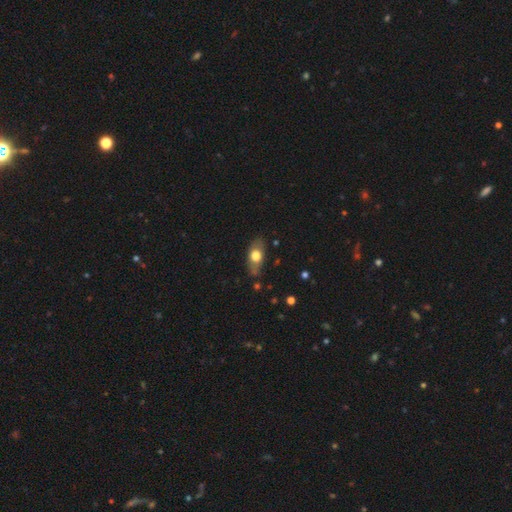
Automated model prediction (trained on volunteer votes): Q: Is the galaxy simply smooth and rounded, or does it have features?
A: smooth — 65%.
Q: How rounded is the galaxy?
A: in between — 79%.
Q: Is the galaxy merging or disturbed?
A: none — 70%.